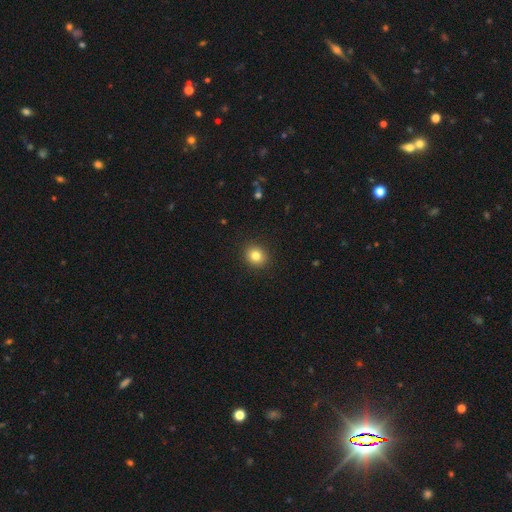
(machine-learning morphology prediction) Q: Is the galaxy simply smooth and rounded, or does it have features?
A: smooth — 82%.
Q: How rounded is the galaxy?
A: round — 83%.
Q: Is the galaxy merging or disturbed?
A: none — 91%.